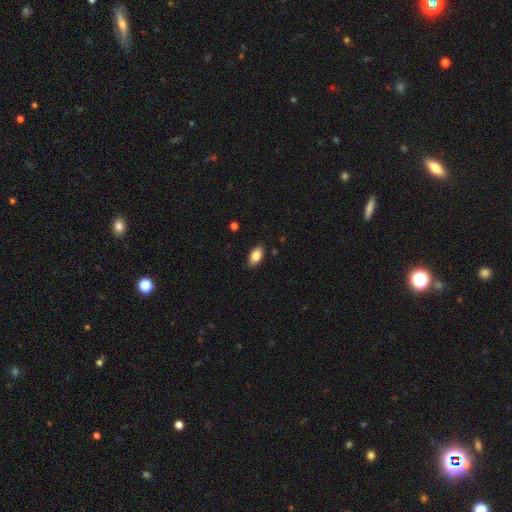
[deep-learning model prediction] smooth-or-featured: smooth: 85% | featured or disk: 8% | star or artifact: 7%
  how-rounded: in between: 93% | round: 4% | cigar-shaped: 3%
  merging: none: 88% | minor disturbance: 9% | major disturbance: 2% | merger: 1%